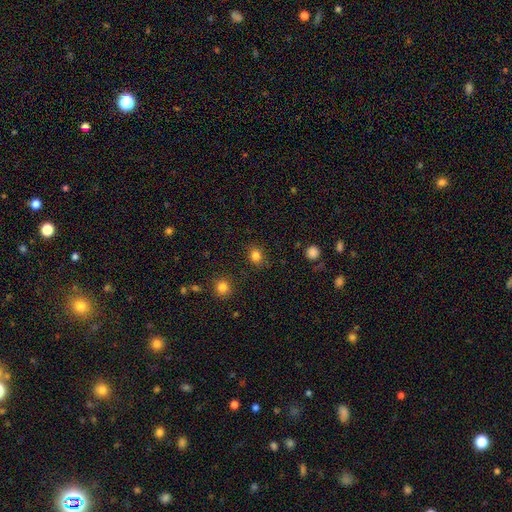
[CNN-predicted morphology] Overall: smooth (83%). How rounded: round (62%; in between 37%). Merging: none (84%).